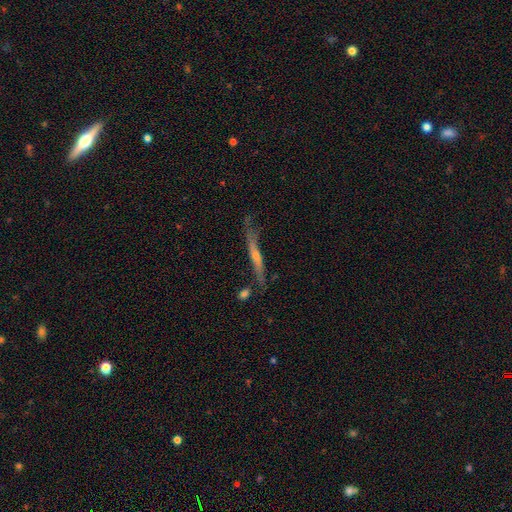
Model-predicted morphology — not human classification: Smooth or featured? featured or disk (72%)
Edge-on disk? yes (94%)
Edge-on bulge? rounded (64%)
Merging? none (74%)